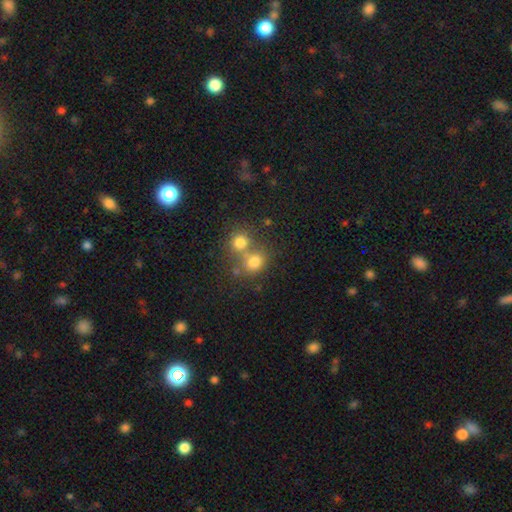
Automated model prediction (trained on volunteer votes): This appears to be a smooth galaxy with no disk features (73%) that is round (75%). Merging: merger (45%).